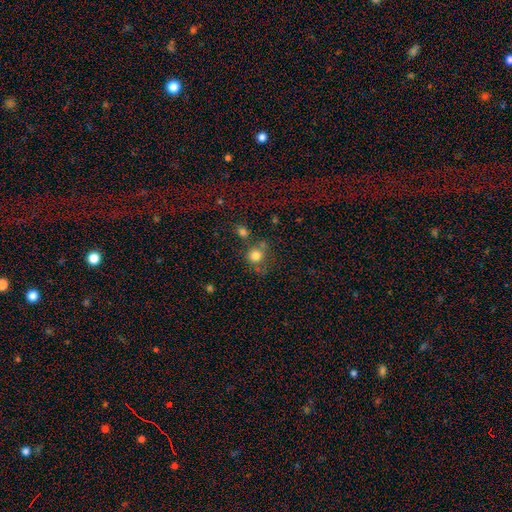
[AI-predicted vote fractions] Smooth or featured? Predicted: smooth (p=0.79). How rounded? Predicted: round (p=0.88). Merging? Predicted: none (p=0.60).